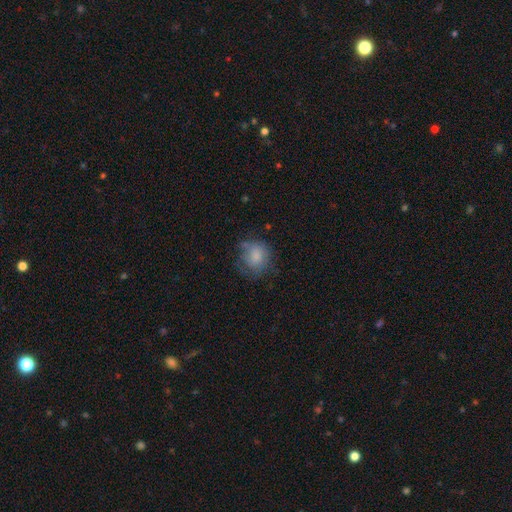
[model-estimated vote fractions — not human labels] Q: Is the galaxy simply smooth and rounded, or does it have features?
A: smooth — 77%.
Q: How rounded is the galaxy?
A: round — 78%.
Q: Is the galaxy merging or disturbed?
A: none — 56%.